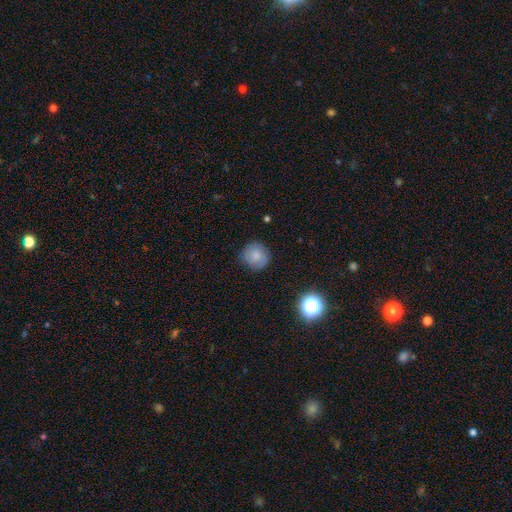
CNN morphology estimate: Smooth or featured? smooth (75%)
How rounded? round (90%)
Merging? none (82%)